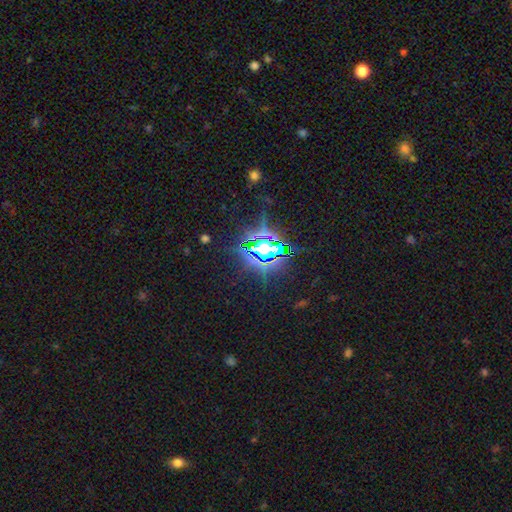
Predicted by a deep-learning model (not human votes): A star or artifact, not a galaxy (81%).